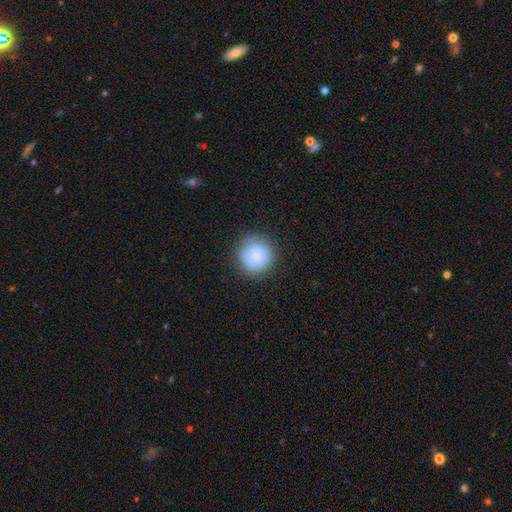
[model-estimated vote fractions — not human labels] This appears to be a smooth galaxy with no disk features (83%) that is round (94%). Merging: none (80%).